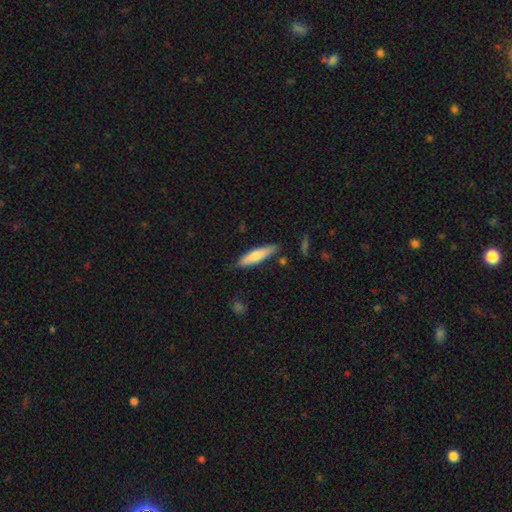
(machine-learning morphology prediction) Smooth or featured? Predicted: smooth (p=0.73). How rounded? Predicted: cigar-shaped (p=0.74). Merging? Predicted: none (p=0.80).